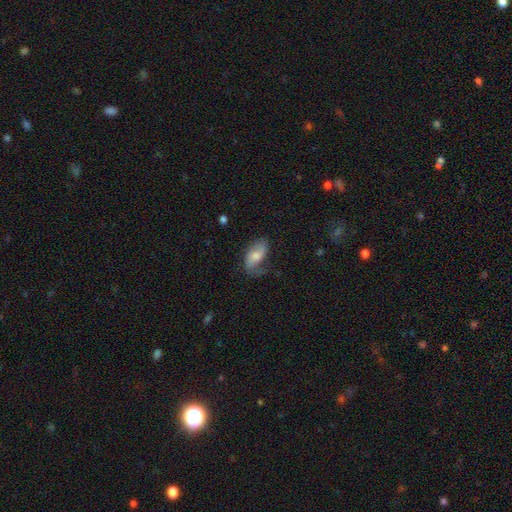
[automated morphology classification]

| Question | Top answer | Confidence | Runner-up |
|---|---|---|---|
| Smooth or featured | smooth | 50% | featured or disk (43%) |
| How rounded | in between | 91% | cigar-shaped (5%) |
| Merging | none | 51% | minor disturbance (30%) |